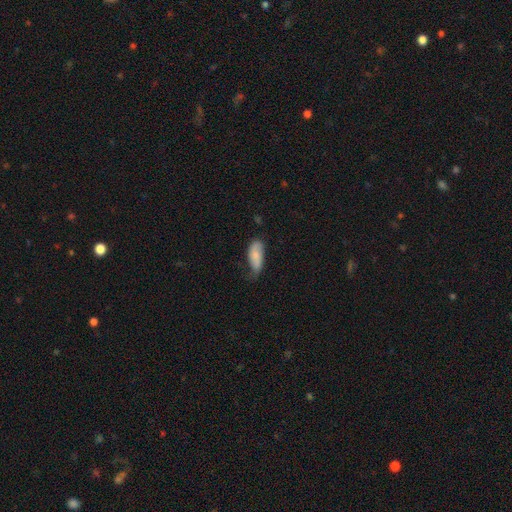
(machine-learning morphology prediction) smooth 77%, featured or disk 17%, star or artifact 6%. Down the decision tree: how rounded — in between (84%); merging — minor disturbance (44%).